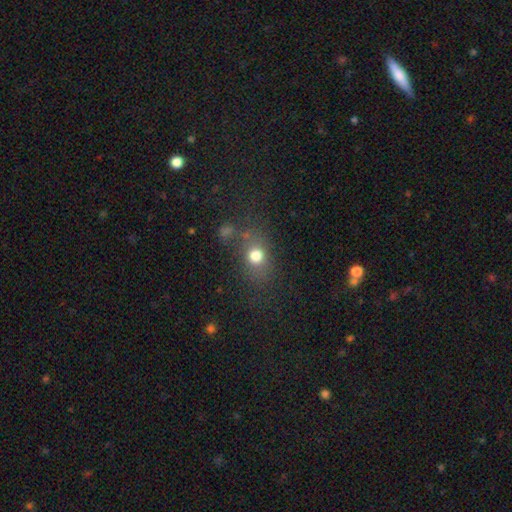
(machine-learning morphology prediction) smooth-or-featured: smooth: 73% | star or artifact: 17% | featured or disk: 10%
  how-rounded: round: 59% | in between: 38% | cigar-shaped: 2%
  merging: none: 60% | minor disturbance: 17% | major disturbance: 13% | merger: 10%